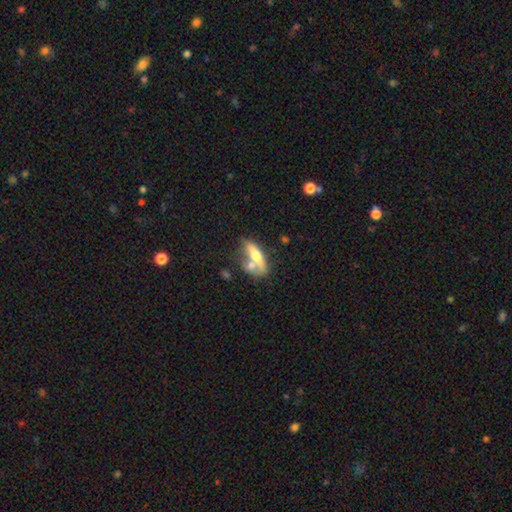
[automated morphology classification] A smooth galaxy with no disk features (52%) that is in between round and cigar-shaped (50%).

Vote fractions:
- Smooth or featured? smooth: 52% / featured or disk: 42% / star or artifact: 6%
- How rounded? in between: 50% / cigar-shaped: 46% / round: 4%
- Merging? merger: 45% / none: 34% / minor disturbance: 14% / major disturbance: 8%